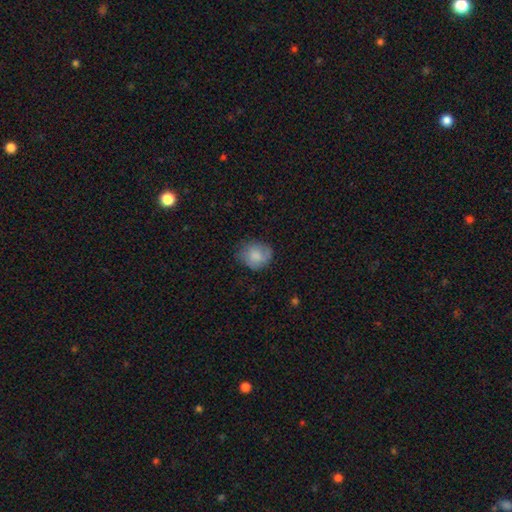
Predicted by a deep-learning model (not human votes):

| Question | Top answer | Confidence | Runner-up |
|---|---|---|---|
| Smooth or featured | smooth | 78% | featured or disk (15%) |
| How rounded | round | 71% | in between (29%) |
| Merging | none | 63% | minor disturbance (27%) |